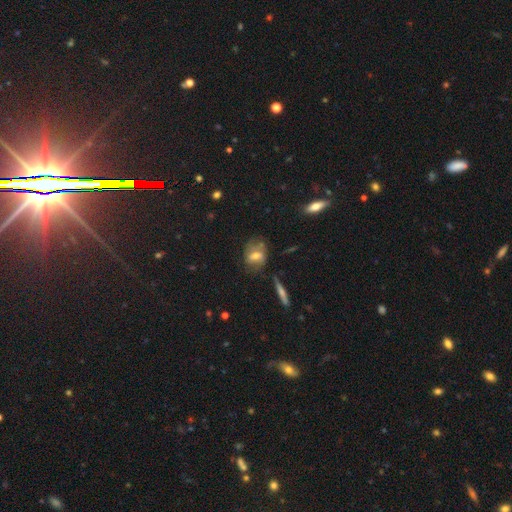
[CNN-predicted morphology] This appears to be a smooth galaxy with no disk features (45%). Merging: none (59%).